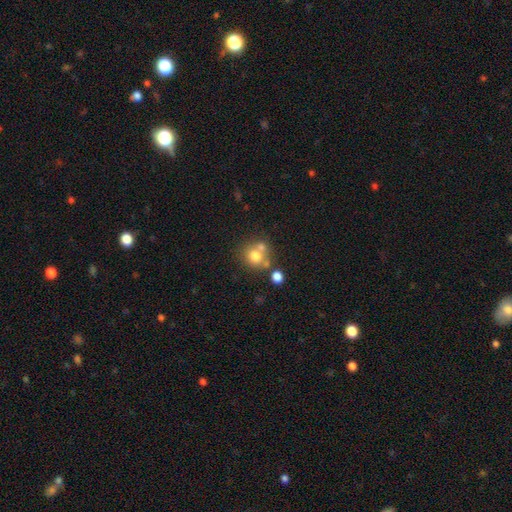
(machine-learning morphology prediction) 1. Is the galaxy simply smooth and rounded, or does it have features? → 71% smooth, 16% featured or disk, 13% star or artifact.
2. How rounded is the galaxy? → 82% round, 17% in between, 1% cigar-shaped.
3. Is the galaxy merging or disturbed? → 51% none, 34% merger, 10% minor disturbance, 5% major disturbance.